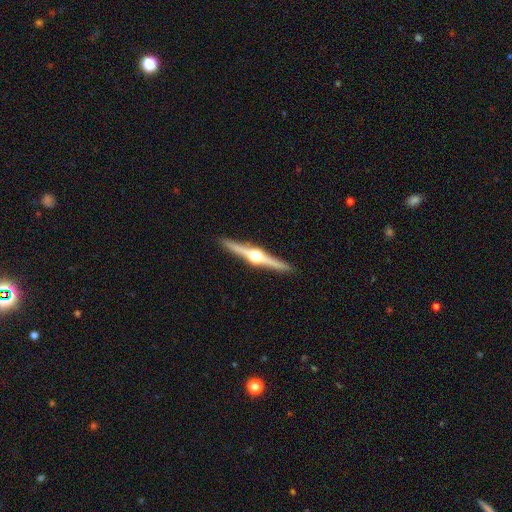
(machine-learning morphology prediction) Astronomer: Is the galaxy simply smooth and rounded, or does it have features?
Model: featured or disk — 86%.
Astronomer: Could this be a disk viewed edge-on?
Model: yes — 99%.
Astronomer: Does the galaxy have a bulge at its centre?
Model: rounded — 96%.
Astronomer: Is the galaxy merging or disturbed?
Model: none — 93%.